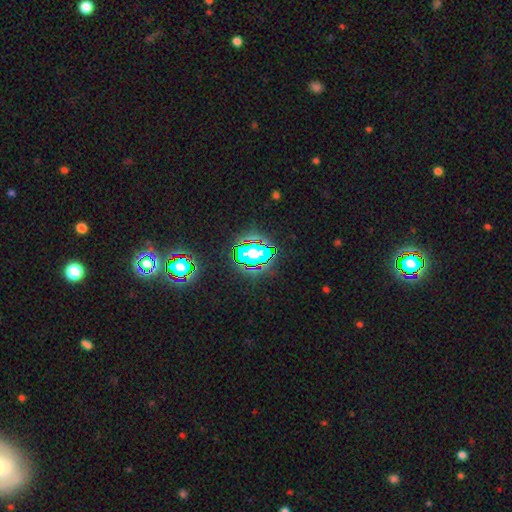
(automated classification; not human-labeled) The model was most divided on "smooth or featured": star or artifact: 60%, smooth: 23%, featured or disk: 17%.